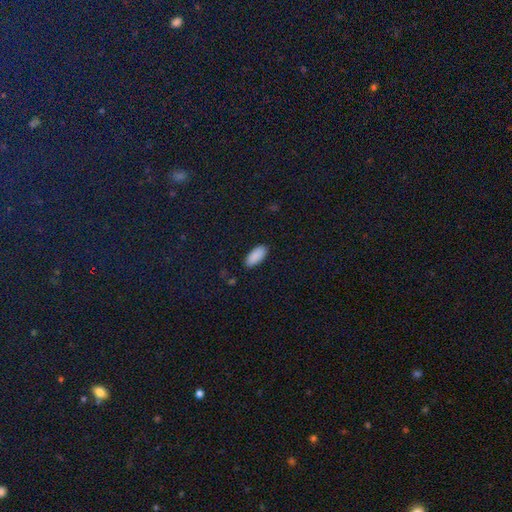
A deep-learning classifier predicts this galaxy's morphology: The model was most divided on "merging": none: 88%, minor disturbance: 9%, major disturbance: 2%, merger: 1%. More confident: how rounded — in between (90%); smooth or featured — smooth (90%).